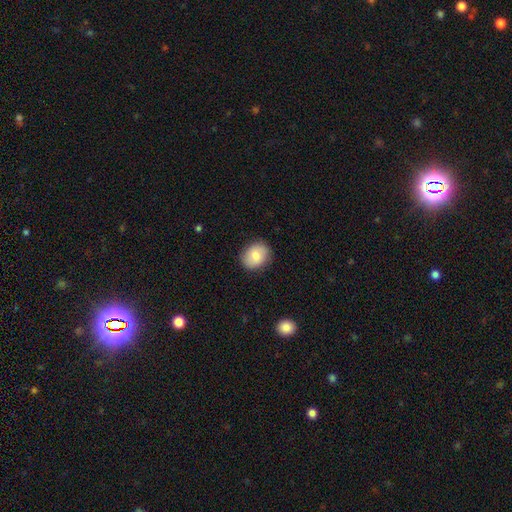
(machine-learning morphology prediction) Smooth or featured? smooth (79%)
How rounded? round (50%)
Merging? none (86%)